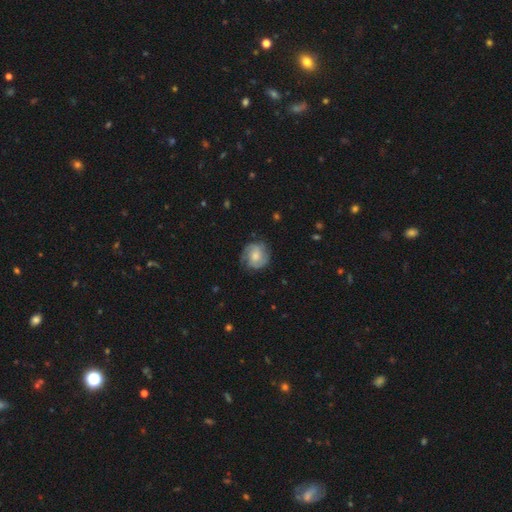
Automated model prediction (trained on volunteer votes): smooth_or_featured: featured or disk (p=0.60) [alt: smooth p=0.33]
disk_edge_on: no (p=0.98) [alt: yes p=0.02]
bar: no (p=0.65) [alt: weak p=0.29]
has_spiral_arms: yes (p=0.89) [alt: no p=0.11]
spiral_winding: tight (p=0.49) [alt: medium p=0.38]
spiral_arm_count: 2 (p=0.39) [alt: can't tell p=0.24]
bulge_size: moderate (p=0.55) [alt: small p=0.28]
merging: none (p=0.75) [alt: minor disturbance p=0.17]